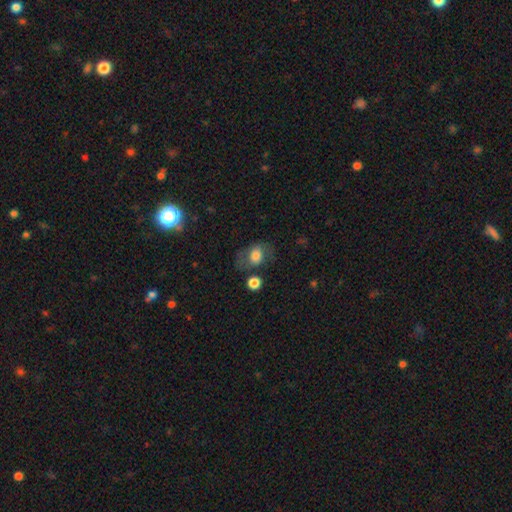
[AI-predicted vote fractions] Overall: smooth (71%). How rounded: in between (69%). Merging: none (55%; minor disturbance 22%).